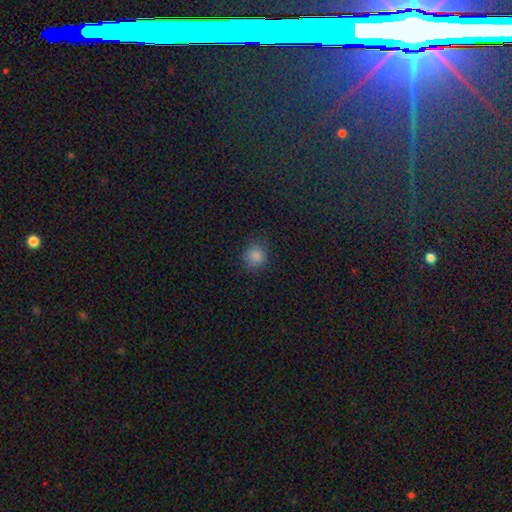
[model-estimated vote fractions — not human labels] Smooth or featured: smooth — 81% (star or artifact — 14%)
How rounded: round — 88% (in between — 11%)
Merging: none — 85% (minor disturbance — 11%)